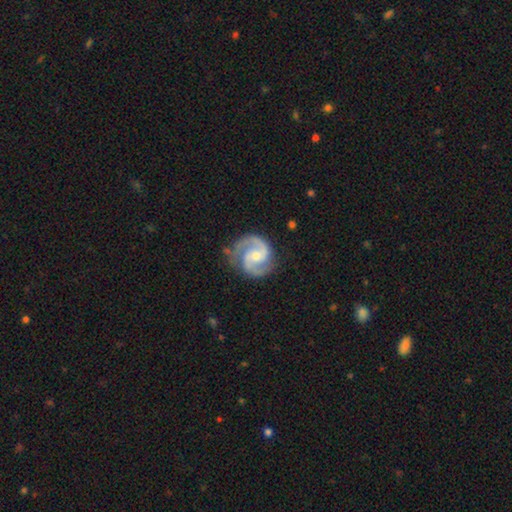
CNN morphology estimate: Q: Smooth or featured?
A: featured or disk (91%); runner-up: smooth (5%)
Q: Edge-on disk?
A: no (98%); runner-up: yes (2%)
Q: Bar?
A: no (52%); runner-up: weak (39%)
Q: Spiral arms?
A: yes (98%); runner-up: no (2%)
Q: Spiral winding?
A: medium (62%); runner-up: tight (26%)
Q: Spiral arm count?
A: 2 (92%); runner-up: 3 (2%)
Q: Bulge size?
A: small (51%); runner-up: moderate (43%)
Q: Merging?
A: none (78%); runner-up: minor disturbance (15%)